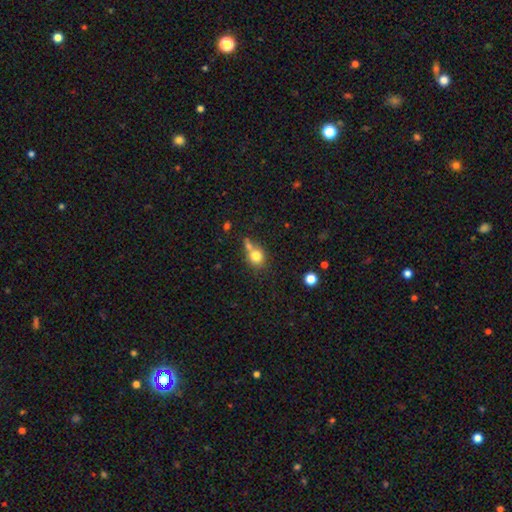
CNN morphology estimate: A smooth galaxy with no disk features (78%) that is round (75%). Merging: none (46%).